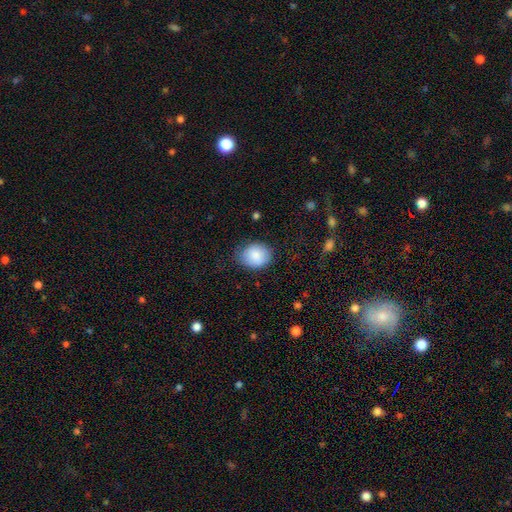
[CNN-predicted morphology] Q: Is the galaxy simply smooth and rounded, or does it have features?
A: smooth — 86%.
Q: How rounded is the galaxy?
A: round — 59%.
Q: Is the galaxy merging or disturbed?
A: none — 74%.